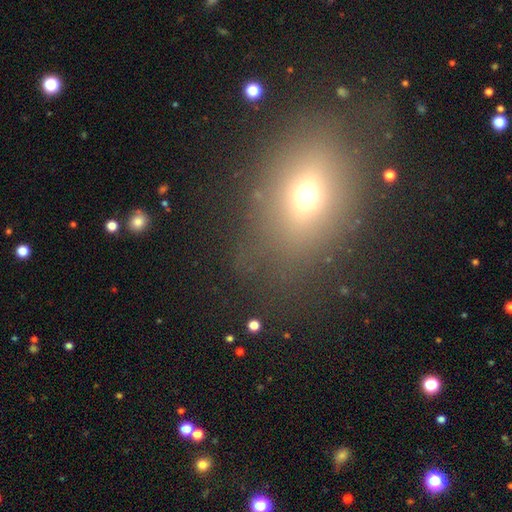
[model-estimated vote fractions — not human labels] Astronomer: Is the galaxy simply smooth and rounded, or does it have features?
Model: smooth — 59%.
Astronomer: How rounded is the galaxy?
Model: in between — 65%.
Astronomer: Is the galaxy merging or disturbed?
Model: none — 81%.